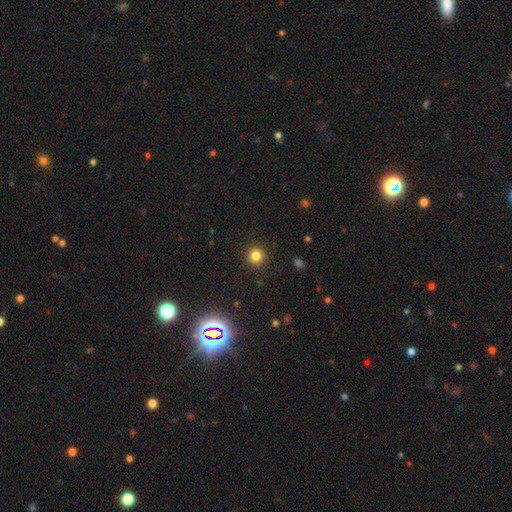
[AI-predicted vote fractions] smooth-or-featured: smooth: 82% | star or artifact: 13% | featured or disk: 5%
  how-rounded: round: 94% | in between: 5% | cigar-shaped: 1%
  merging: none: 92% | minor disturbance: 5% | major disturbance: 2% | merger: 1%